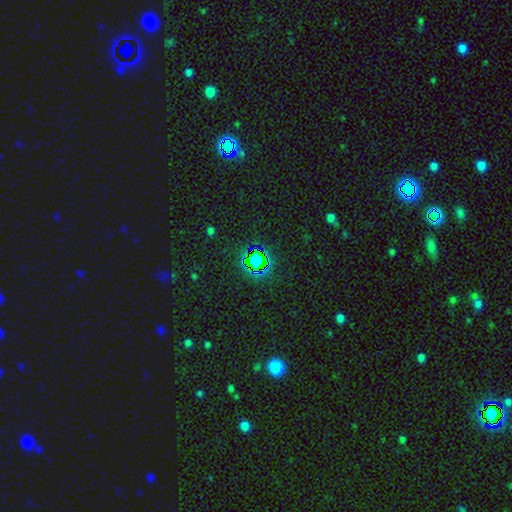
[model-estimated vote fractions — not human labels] A star or artifact, not a galaxy (75%).

Vote fractions:
- Smooth or featured? star or artifact: 75% / smooth: 15% / featured or disk: 10%